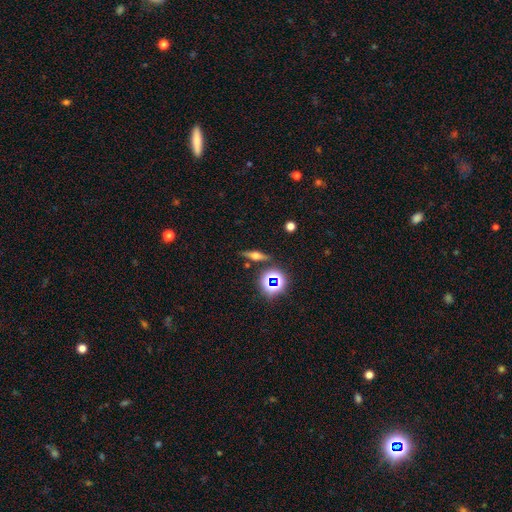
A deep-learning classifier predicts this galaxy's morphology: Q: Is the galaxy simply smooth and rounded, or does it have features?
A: featured or disk — 48%.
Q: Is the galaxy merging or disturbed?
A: none — 83%.